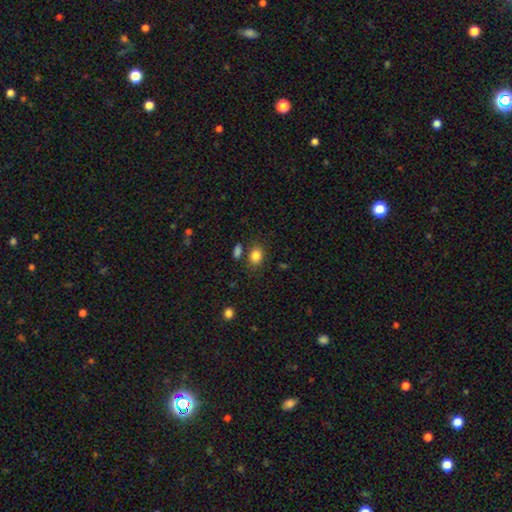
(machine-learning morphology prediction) Smooth or featured: smooth — 84% (star or artifact — 10%)
How rounded: in between — 69% (round — 29%)
Merging: none — 73% (minor disturbance — 13%)